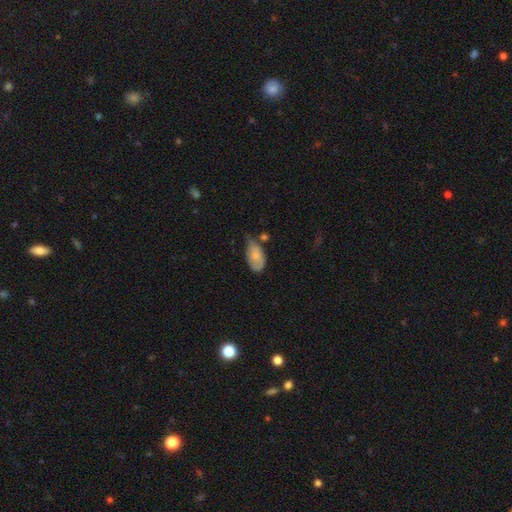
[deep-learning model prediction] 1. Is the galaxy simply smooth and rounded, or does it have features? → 76% smooth, 17% featured or disk, 7% star or artifact.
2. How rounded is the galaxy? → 92% in between, 5% round, 2% cigar-shaped.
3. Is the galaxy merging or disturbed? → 45% minor disturbance, 34% none, 14% major disturbance, 8% merger.